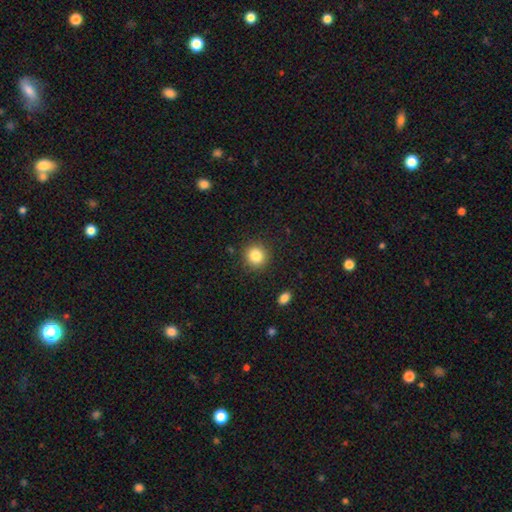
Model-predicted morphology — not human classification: This appears to be a smooth galaxy with no disk features (84%) that is round (92%). Merging: none (89%).